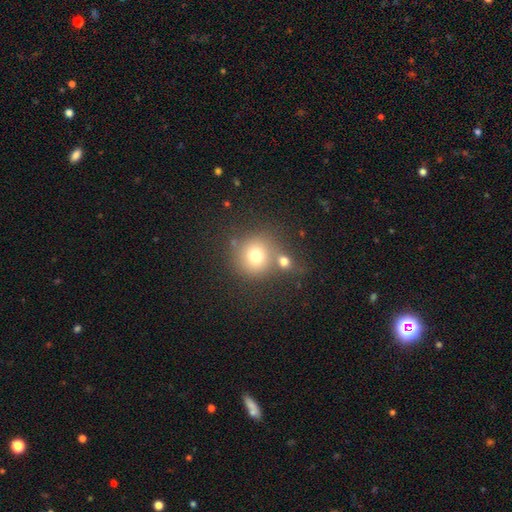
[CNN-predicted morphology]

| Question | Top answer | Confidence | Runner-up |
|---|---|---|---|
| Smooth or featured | smooth | 74% | star or artifact (13%) |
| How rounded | round | 91% | in between (8%) |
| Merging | none | 58% | merger (28%) |